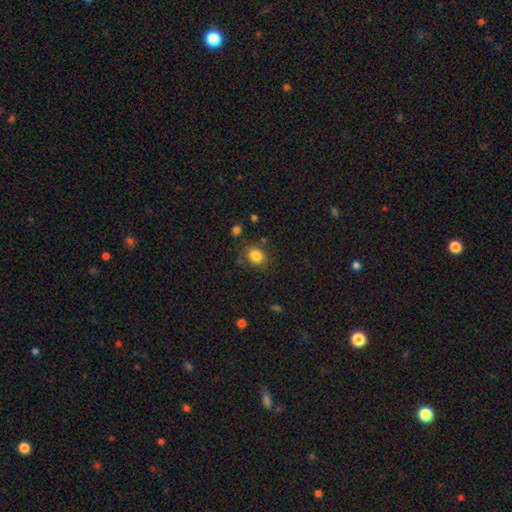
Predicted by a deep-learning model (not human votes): This appears to be a smooth galaxy with no disk features (84%) that is round (60%). Merging: none (79%).